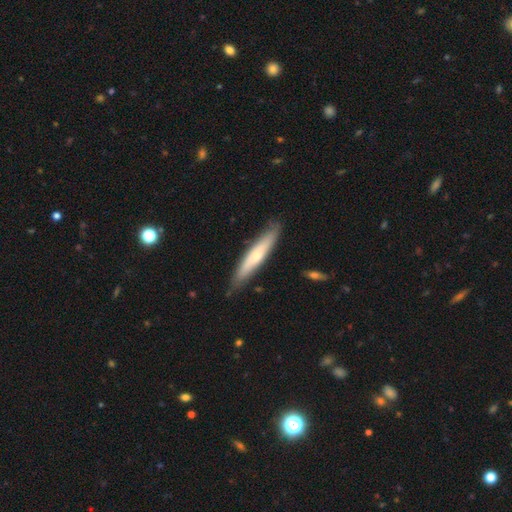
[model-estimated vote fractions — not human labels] Smooth or featured: smooth — 53% (featured or disk — 41%)
How rounded: cigar-shaped — 88% (in between — 11%)
Merging: none — 84% (minor disturbance — 13%)